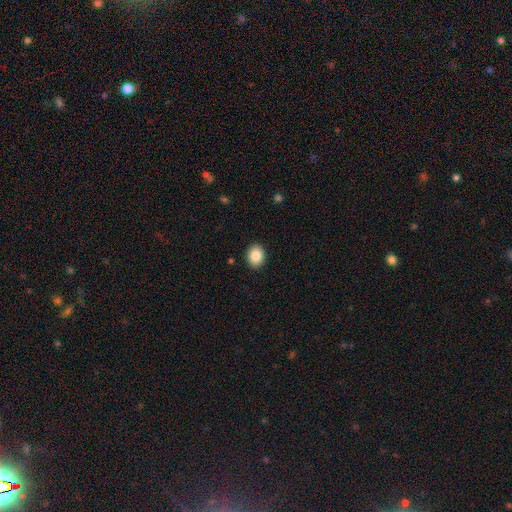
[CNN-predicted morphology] Overall: smooth (86%). How rounded: round (51%; in between 48%). Merging: none (91%).